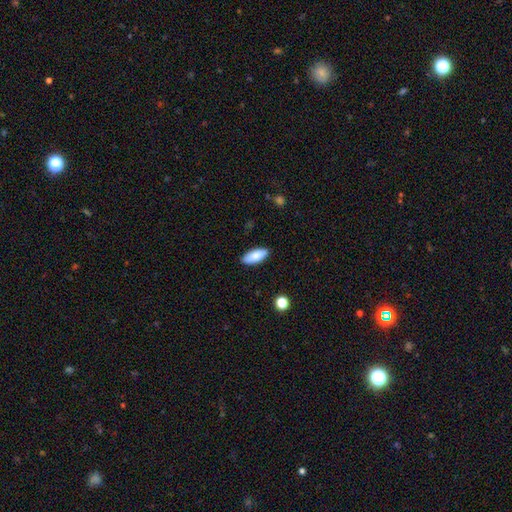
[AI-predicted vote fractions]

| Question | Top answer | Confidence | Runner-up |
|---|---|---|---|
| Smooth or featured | smooth | 86% | featured or disk (8%) |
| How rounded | in between | 84% | cigar-shaped (14%) |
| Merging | none | 88% | minor disturbance (9%) |